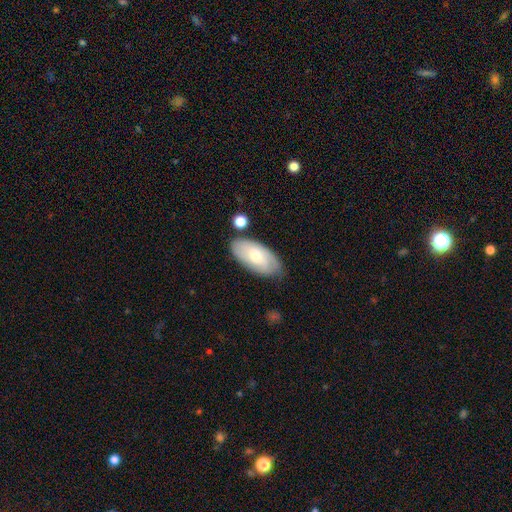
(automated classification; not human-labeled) Smooth or featured? smooth (55%)
How rounded? in between (92%)
Merging? none (71%)